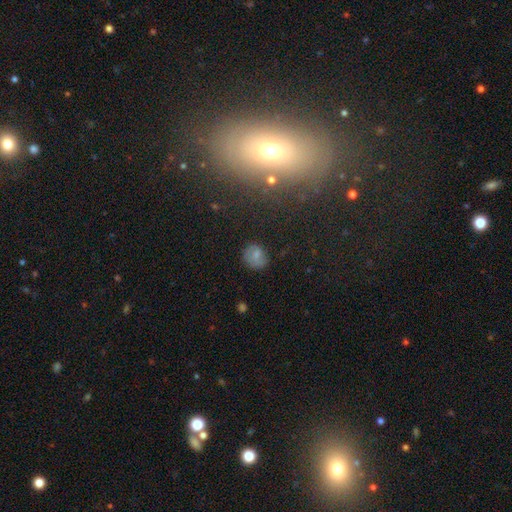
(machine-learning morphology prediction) Smooth or featured? smooth (65%)
How rounded? round (71%)
Merging? none (72%)